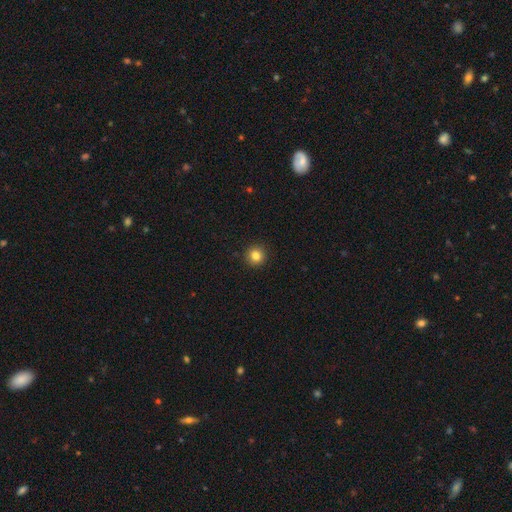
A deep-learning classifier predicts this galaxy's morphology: This is clearly a smooth galaxy (83%). How rounded: clearly round (94%). Merging: clearly none (93%).